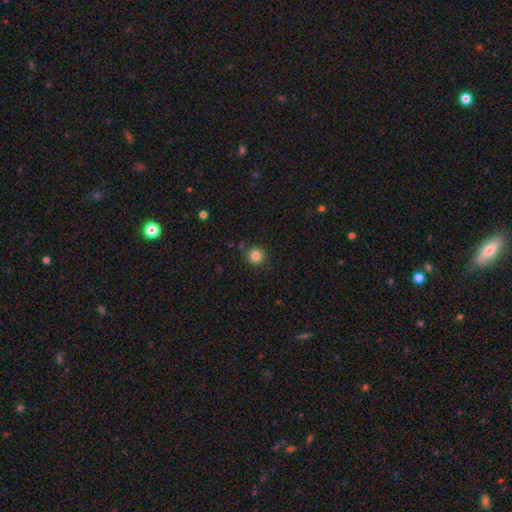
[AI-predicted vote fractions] A smooth galaxy with no disk features (84%) that is round (92%).

Vote fractions:
- Smooth or featured? smooth: 84% / star or artifact: 11% / featured or disk: 4%
- How rounded? round: 92% / in between: 7% / cigar-shaped: 1%
- Merging? none: 87% / minor disturbance: 8% / merger: 2% / major disturbance: 2%